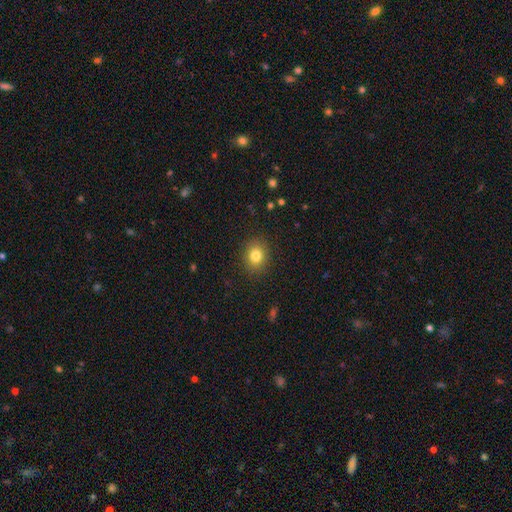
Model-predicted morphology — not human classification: Smooth or featured? smooth (81%)
How rounded? round (71%)
Merging? none (89%)